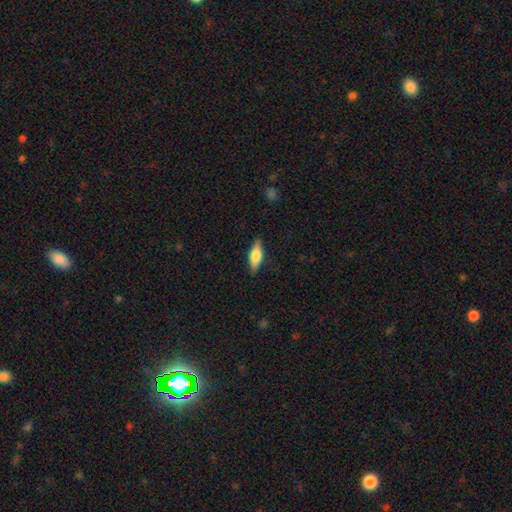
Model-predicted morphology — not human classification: Q: Smooth or featured?
A: smooth (56%); runner-up: featured or disk (37%)
Q: How rounded?
A: in between (56%); runner-up: cigar-shaped (41%)
Q: Merging?
A: none (86%); runner-up: minor disturbance (11%)